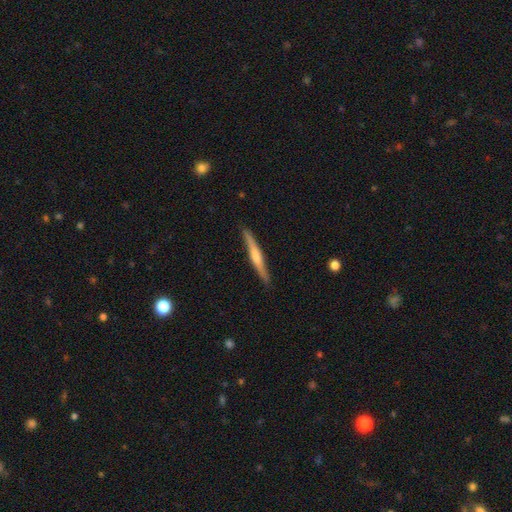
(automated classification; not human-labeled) The model was most divided on "smooth or featured": featured or disk: 57%, smooth: 37%, star or artifact: 5%. More confident: edge-on disk — yes (96%); merging — none (89%); edge-on bulge — rounded (58%).